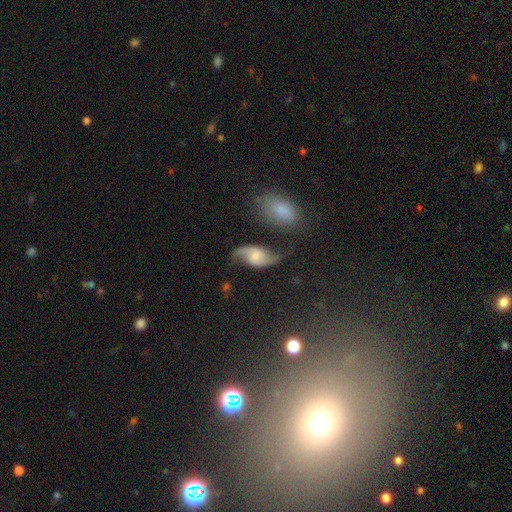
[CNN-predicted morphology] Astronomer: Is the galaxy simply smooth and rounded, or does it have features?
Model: featured or disk — 82%.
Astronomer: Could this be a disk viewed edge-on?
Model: no — 97%.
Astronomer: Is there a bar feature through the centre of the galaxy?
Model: no — 54% (runner-up: weak, 37%).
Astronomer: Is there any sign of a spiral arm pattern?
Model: yes — 95%.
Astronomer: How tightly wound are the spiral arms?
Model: loose — 77%.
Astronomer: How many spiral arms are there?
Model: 2 — 92%.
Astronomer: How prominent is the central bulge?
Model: small — 48% (runner-up: moderate, 32%).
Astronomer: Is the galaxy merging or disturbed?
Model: none — 61%.